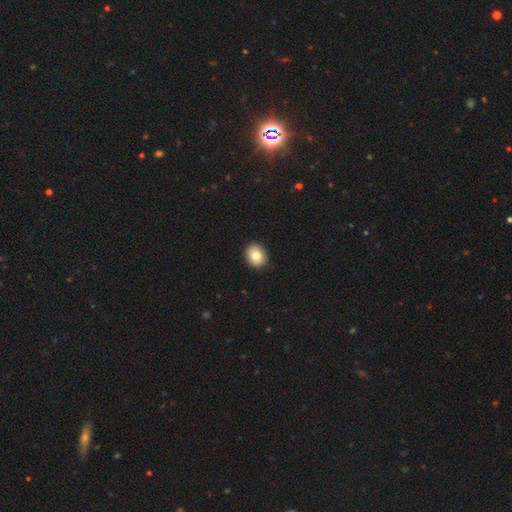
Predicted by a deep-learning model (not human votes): A smooth galaxy with no disk features (80%) that is round (71%). Merging: none (92%).